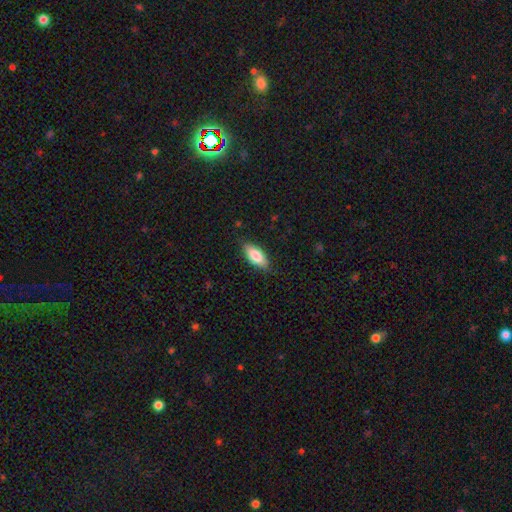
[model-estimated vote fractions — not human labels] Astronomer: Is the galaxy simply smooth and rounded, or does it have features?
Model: smooth — 82%.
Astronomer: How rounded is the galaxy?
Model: in between — 85%.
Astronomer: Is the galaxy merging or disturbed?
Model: none — 83%.